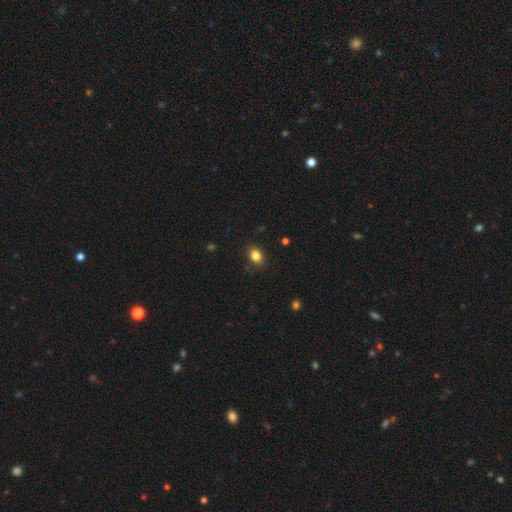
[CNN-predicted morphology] Overall: smooth (84%). How rounded: in between (69%; round 30%). Merging: none (86%).